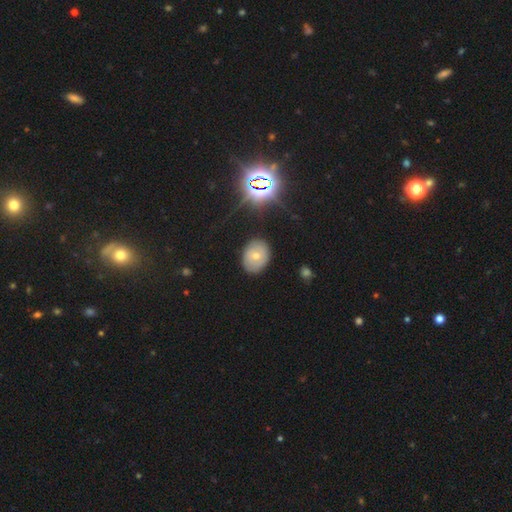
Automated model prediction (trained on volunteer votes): Smooth or featured?
  - smooth: 60% *
  - featured or disk: 26%
  - star or artifact: 14%
How rounded?
  - in between: 59% *
  - round: 40%
  - cigar-shaped: 1%
Merging?
  - none: 83% *
  - minor disturbance: 12%
  - major disturbance: 3%
  - merger: 1%